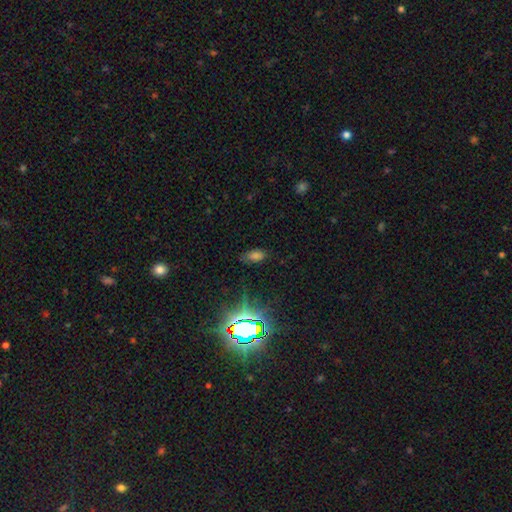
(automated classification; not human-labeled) Smooth or featured?
  - smooth: 50% *
  - star or artifact: 39%
  - featured or disk: 10%
How rounded?
  - in between: 85% *
  - round: 8%
  - cigar-shaped: 7%
Merging?
  - none: 77% *
  - minor disturbance: 15%
  - major disturbance: 6%
  - merger: 2%